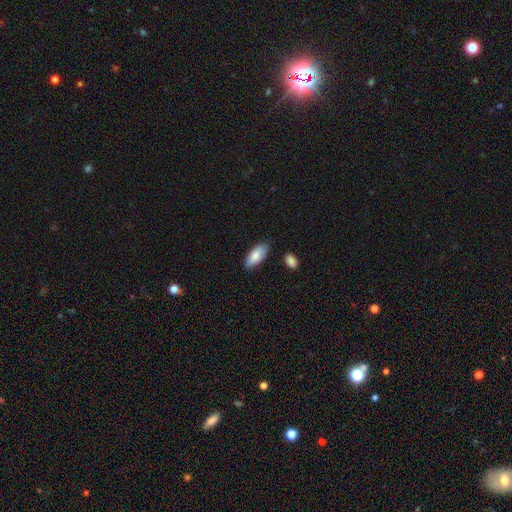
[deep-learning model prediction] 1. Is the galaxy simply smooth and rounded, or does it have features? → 83% smooth, 11% featured or disk, 6% star or artifact.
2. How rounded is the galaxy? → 86% in between, 13% cigar-shaped, 2% round.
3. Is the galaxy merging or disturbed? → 79% none, 16% minor disturbance, 3% merger, 3% major disturbance.